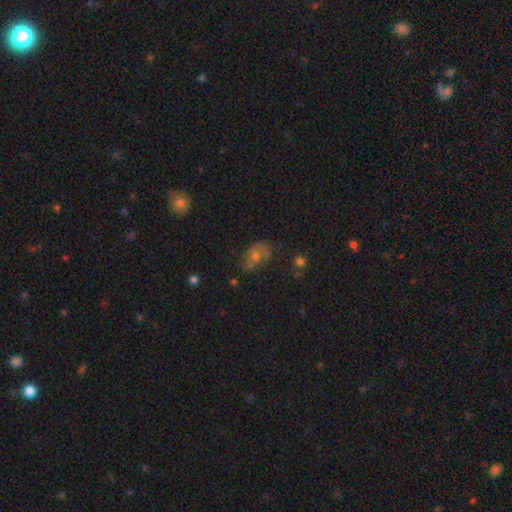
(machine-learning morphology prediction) Smooth or featured?
  - featured or disk: 43% *
  - smooth: 38%
  - star or artifact: 19%
Merging?
  - none: 53% *
  - minor disturbance: 28%
  - major disturbance: 15%
  - merger: 3%